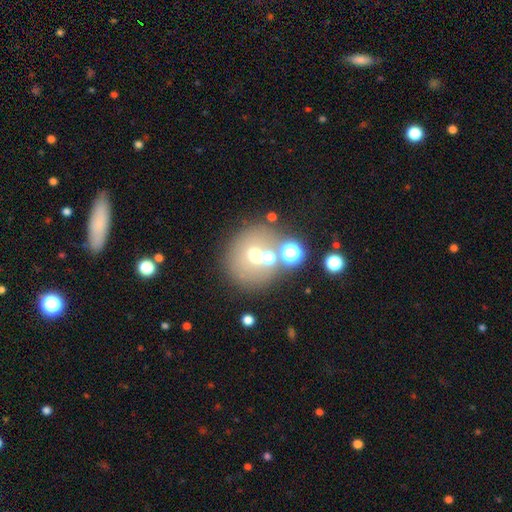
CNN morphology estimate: Smooth or featured? smooth (59%)
How rounded? round (85%)
Merging? none (65%)